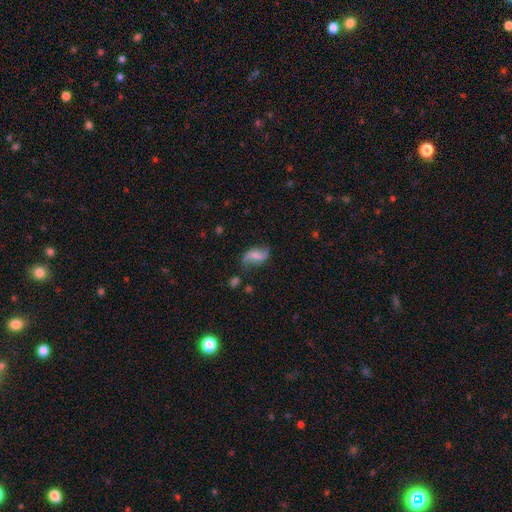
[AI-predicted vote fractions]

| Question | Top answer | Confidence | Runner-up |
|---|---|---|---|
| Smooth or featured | featured or disk | 63% | smooth (29%) |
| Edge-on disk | no | 96% | yes (4%) |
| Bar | no | 42% | tied: weak (42%) |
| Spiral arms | yes | 91% | no (9%) |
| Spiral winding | loose | 82% | medium (14%) |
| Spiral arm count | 2 | 91% | can't tell (3%) |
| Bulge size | moderate | 35% | small (34%) |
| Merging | none | 66% | minor disturbance (22%) |